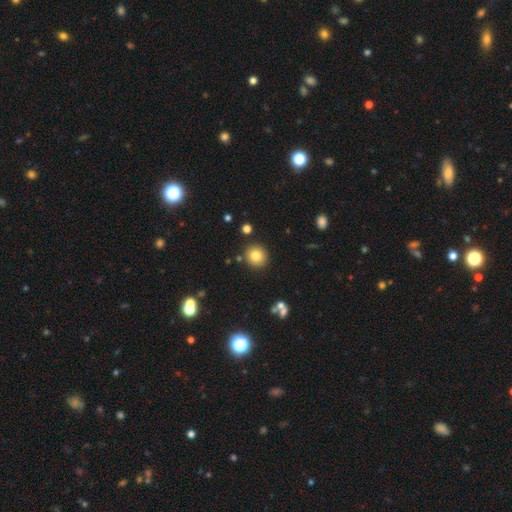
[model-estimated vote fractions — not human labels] Q: Smooth or featured?
A: smooth (81%); runner-up: star or artifact (11%)
Q: How rounded?
A: round (92%); runner-up: in between (7%)
Q: Merging?
A: none (87%); runner-up: minor disturbance (7%)